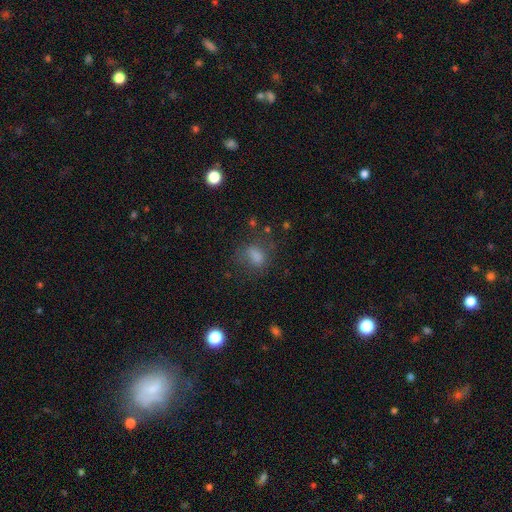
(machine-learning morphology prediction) Smooth or featured: smooth — 69% (star or artifact — 18%)
How rounded: in between — 60% (round — 38%)
Merging: none — 59% (minor disturbance — 21%)